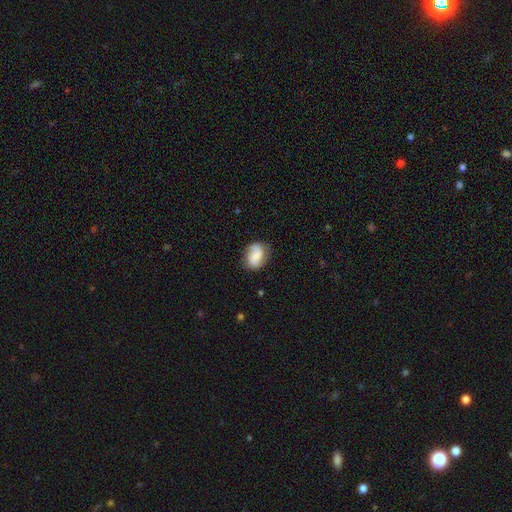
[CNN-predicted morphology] The model was most divided on "smooth or featured": smooth: 48%, featured or disk: 44%, star or artifact: 8%. More confident: merging — none (75%).